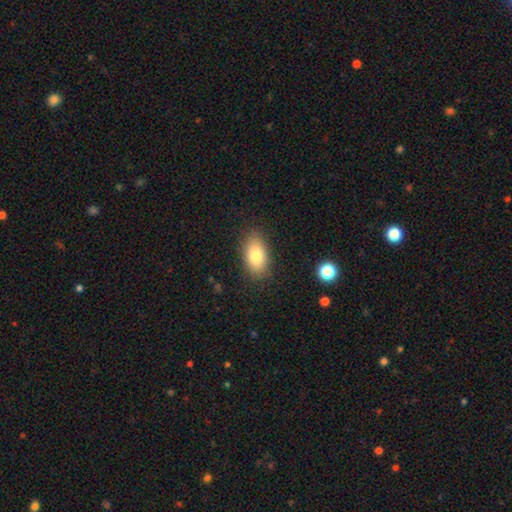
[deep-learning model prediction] Smooth or featured?
  - smooth: 81% *
  - featured or disk: 11%
  - star or artifact: 8%
How rounded?
  - in between: 91% *
  - round: 6%
  - cigar-shaped: 3%
Merging?
  - none: 86% *
  - minor disturbance: 10%
  - major disturbance: 3%
  - merger: 1%